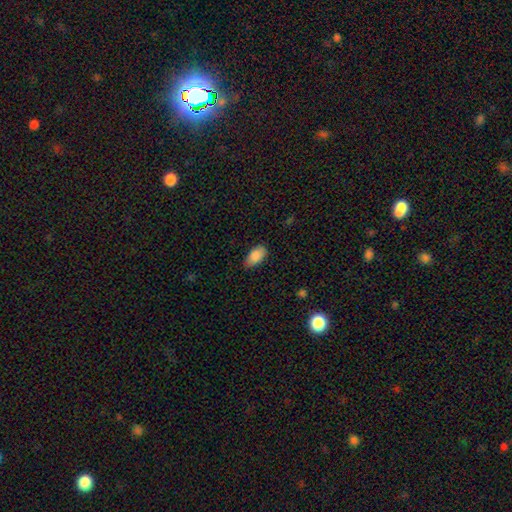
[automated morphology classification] smooth_or_featured: smooth (p=0.88) [alt: star or artifact p=0.07]
how_rounded: in between (p=0.94) [alt: cigar-shaped p=0.03]
merging: none (p=0.78) [alt: minor disturbance p=0.18]